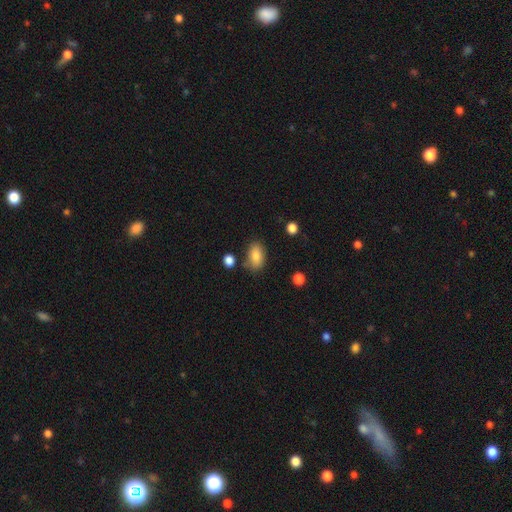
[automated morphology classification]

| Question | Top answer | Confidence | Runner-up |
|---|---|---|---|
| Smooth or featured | smooth | 83% | featured or disk (9%) |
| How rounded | in between | 88% | round (10%) |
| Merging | none | 75% | minor disturbance (16%) |